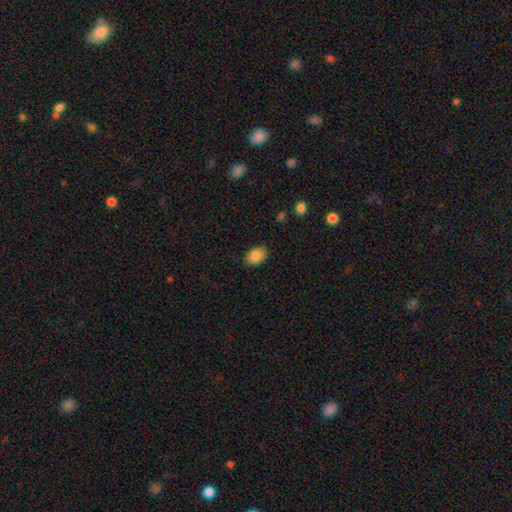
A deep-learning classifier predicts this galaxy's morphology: Smooth or featured: smooth — 85% (star or artifact — 8%)
How rounded: in between — 80% (round — 19%)
Merging: none — 87% (minor disturbance — 10%)